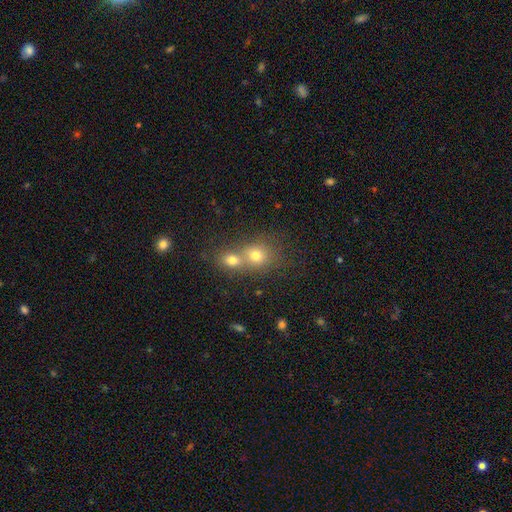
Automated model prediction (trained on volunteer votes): smooth_or_featured: smooth (p=0.72) [alt: star or artifact p=0.16]
how_rounded: round (p=0.76) [alt: in between p=0.22]
merging: merger (p=0.55) [alt: none p=0.36]